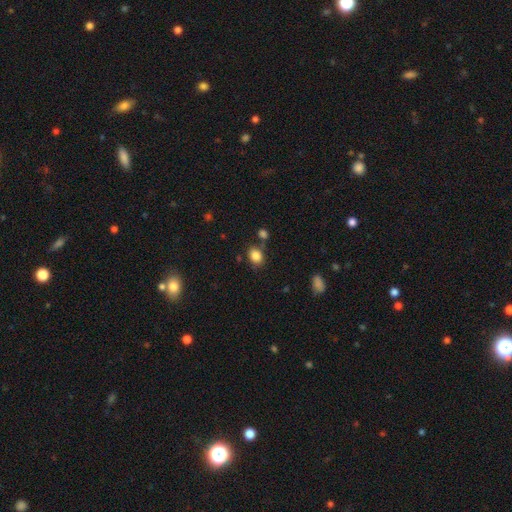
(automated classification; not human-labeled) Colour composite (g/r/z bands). It shows a smooth galaxy with no disk features (85%) that is in between round and cigar-shaped (54%). Merging: none (73%).